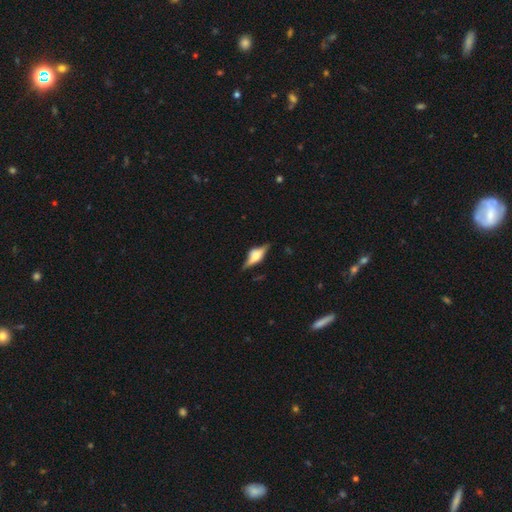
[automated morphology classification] Smooth or featured? Predicted: featured or disk (p=0.71). Edge-on disk? Predicted: yes (p=0.95). Edge-on bulge? Predicted: rounded (p=0.79). Merging? Predicted: none (p=0.78).